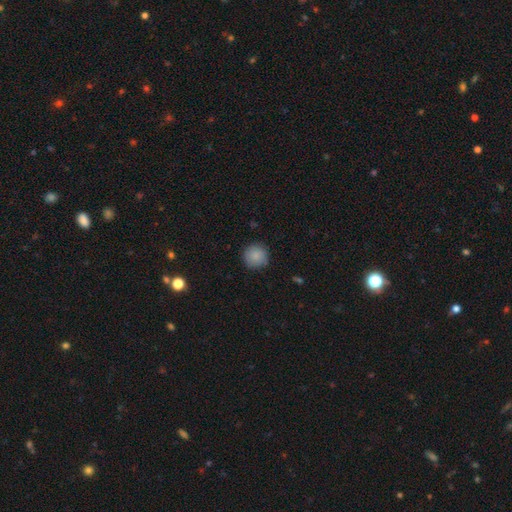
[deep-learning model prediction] The model was most divided on "merging": none: 87%, minor disturbance: 10%, major disturbance: 2%, merger: 1%. More confident: how rounded — round (94%); smooth or featured — smooth (87%).